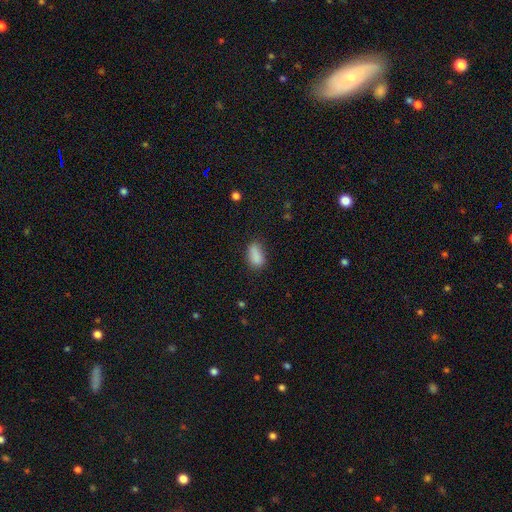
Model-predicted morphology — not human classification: Smooth or featured? Predicted: smooth (p=0.86). How rounded? Predicted: in between (p=0.87). Merging? Predicted: none (p=0.71).